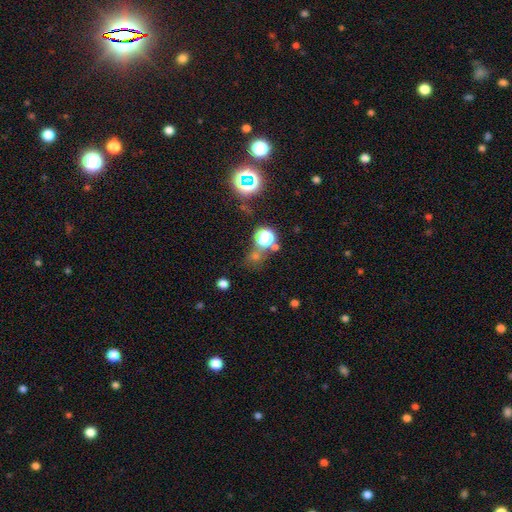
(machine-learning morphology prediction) The model was most divided on "smooth or featured": star or artifact: 56%, smooth: 36%, featured or disk: 8%.